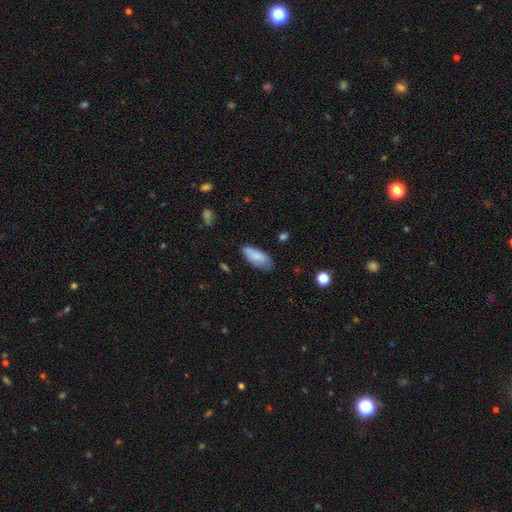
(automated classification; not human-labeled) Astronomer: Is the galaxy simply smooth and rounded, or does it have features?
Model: smooth — 78%.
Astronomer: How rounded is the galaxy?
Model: in between — 86%.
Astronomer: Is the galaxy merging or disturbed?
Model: none — 63%.